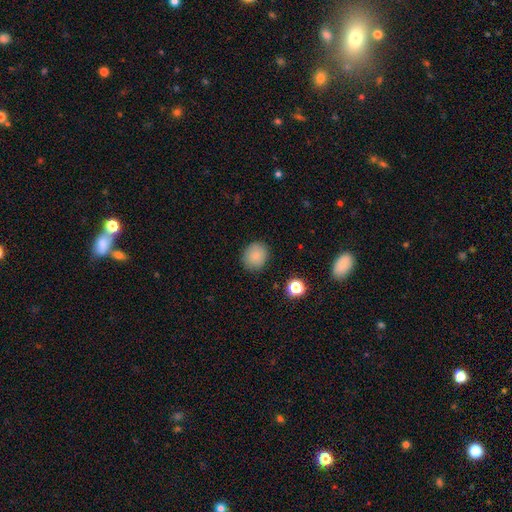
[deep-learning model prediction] smooth 84%, star or artifact 10%, featured or disk 6%. Down the decision tree: how rounded — round (79%); merging — none (86%).